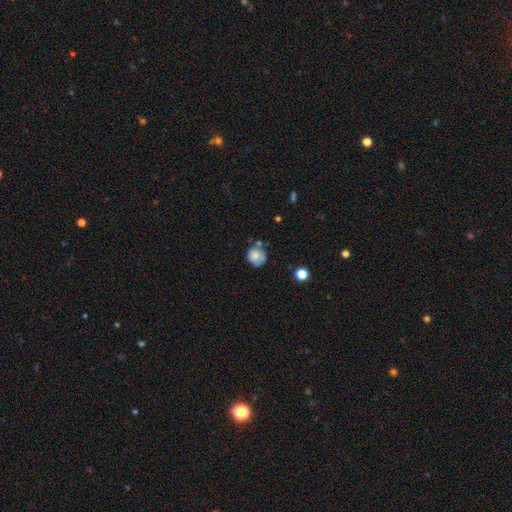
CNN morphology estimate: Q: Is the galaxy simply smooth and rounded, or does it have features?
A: smooth — 73%.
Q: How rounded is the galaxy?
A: round — 85%.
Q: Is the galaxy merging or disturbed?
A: none — 57%.